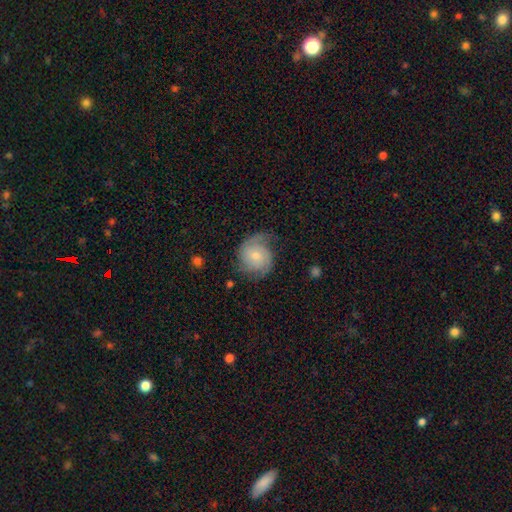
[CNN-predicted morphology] Smooth or featured? Predicted: featured or disk (p=0.65). Edge-on disk? Predicted: no (p=0.98). Bar? Predicted: no (p=0.73). Spiral arms? Predicted: yes (p=0.92). Spiral winding? Predicted: tight (p=0.43). Spiral arm count? Predicted: 2 (p=0.49). Bulge size? Predicted: small (p=0.55). Merging? Predicted: none (p=0.60).